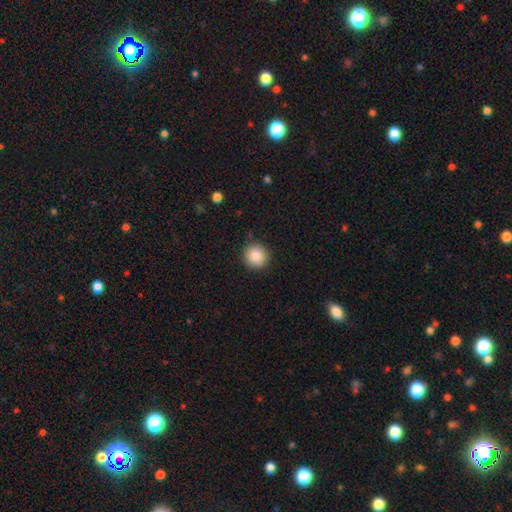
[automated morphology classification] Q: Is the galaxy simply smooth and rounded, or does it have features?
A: smooth — 87%.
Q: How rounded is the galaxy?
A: round — 92%.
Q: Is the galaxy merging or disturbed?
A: none — 89%.